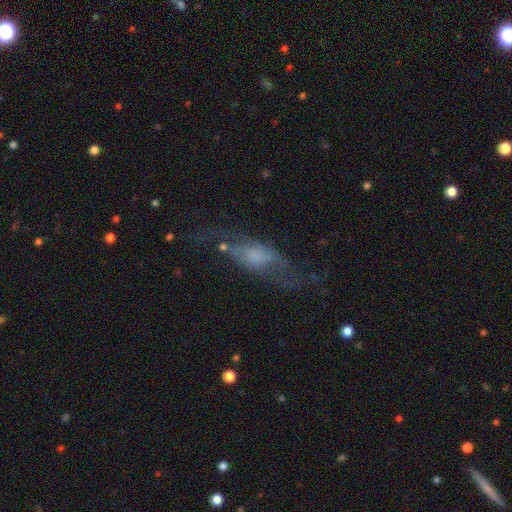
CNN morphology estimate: type=featured or disk (56%); edge-on=no (58%); merging=none (47%).